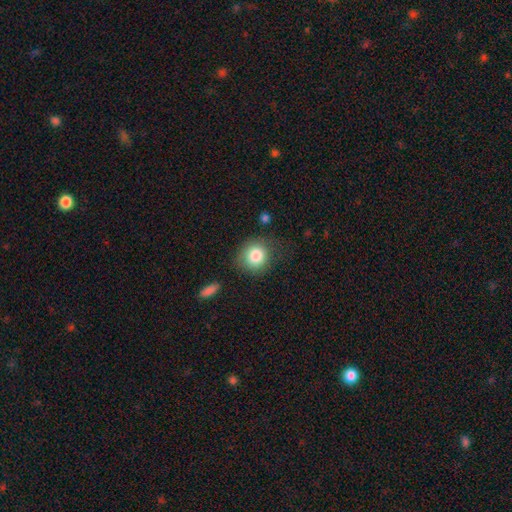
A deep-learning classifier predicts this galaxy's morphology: This is clearly a smooth galaxy (84%). How rounded: clearly round (85%). Merging: likely none (75%).